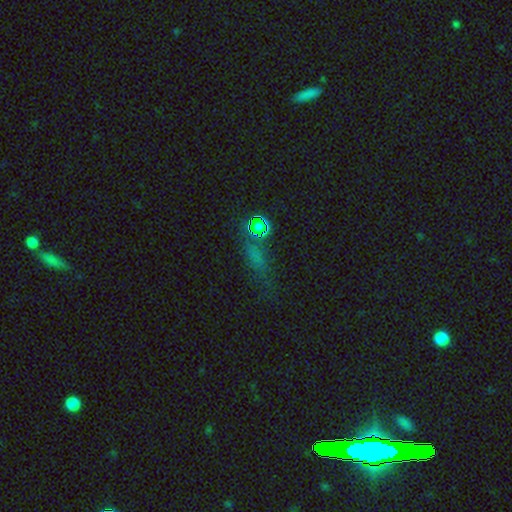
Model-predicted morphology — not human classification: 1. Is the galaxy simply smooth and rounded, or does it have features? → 54% star or artifact, 34% smooth, 12% featured or disk.